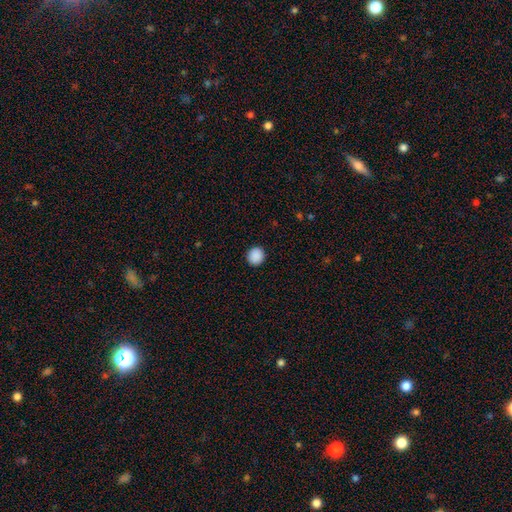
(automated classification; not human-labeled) The model was most divided on "how rounded": round: 89%, in between: 10%, cigar-shaped: 1%. More confident: merging — none (92%); smooth or featured — smooth (89%).